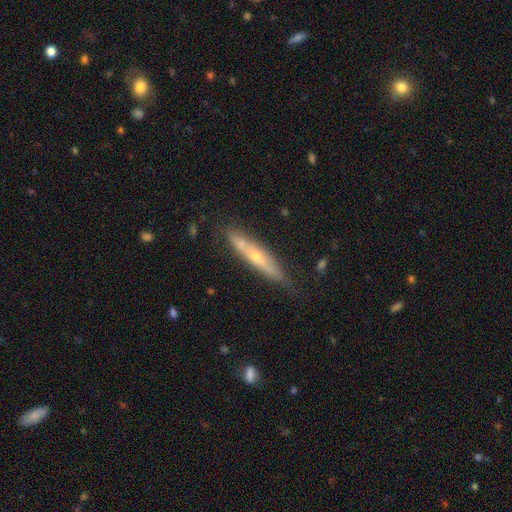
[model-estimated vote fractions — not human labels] smooth-or-featured: featured or disk: 61% | smooth: 32% | star or artifact: 7%
  disk-edge-on: yes: 82% | no: 18%
    edge-on-bulge: rounded: 77% | none: 20% | boxy: 3%
  merging: none: 71% | minor disturbance: 19% | merger: 6% | major disturbance: 4%